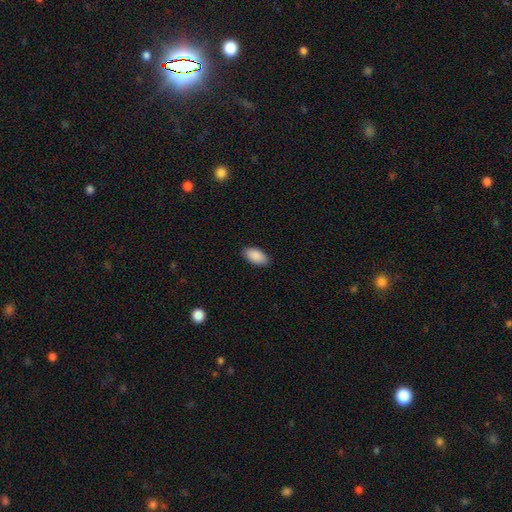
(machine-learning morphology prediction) smooth 90%, star or artifact 6%, featured or disk 4%. Down the decision tree: how rounded — in between (94%); merging — none (87%).